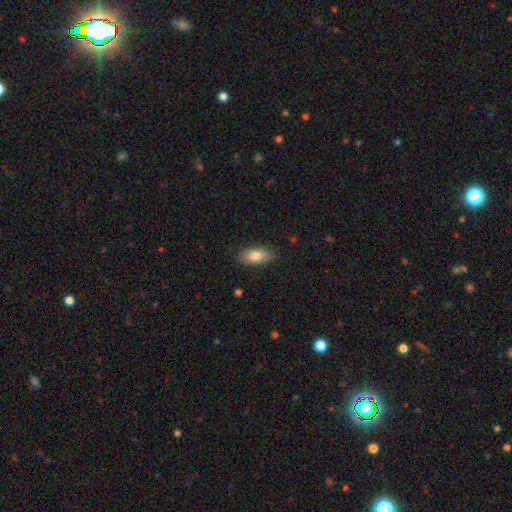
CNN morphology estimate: Q: Smooth or featured?
A: smooth (82%); runner-up: featured or disk (11%)
Q: How rounded?
A: in between (88%); runner-up: cigar-shaped (9%)
Q: Merging?
A: none (85%); runner-up: minor disturbance (11%)